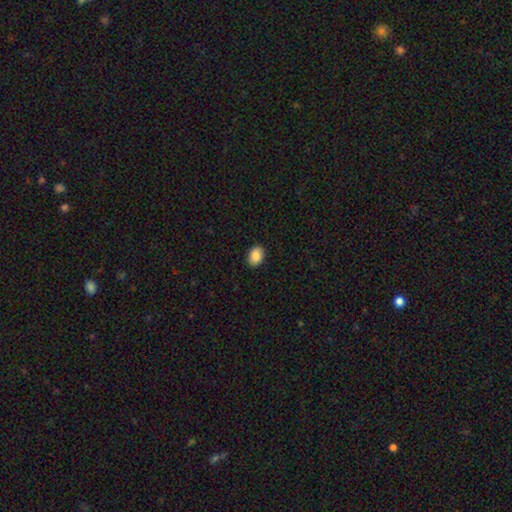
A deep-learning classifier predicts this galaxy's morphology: Overall: smooth (86%). How rounded: in between (70%). Merging: none (90%).